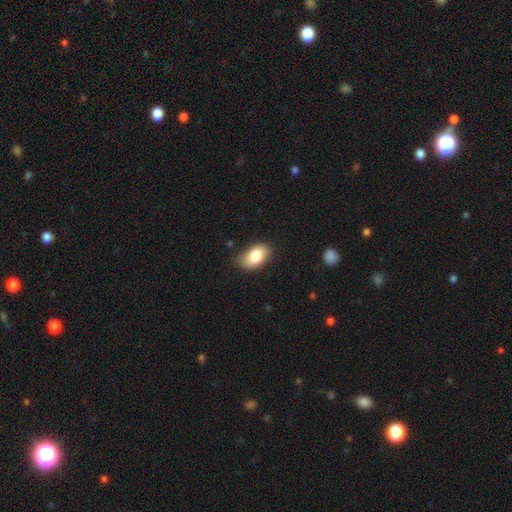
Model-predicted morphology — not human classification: The model was most divided on "merging": none: 71%, minor disturbance: 23%, major disturbance: 4%, merger: 2%. More confident: how rounded — in between (92%); smooth or featured — smooth (83%).